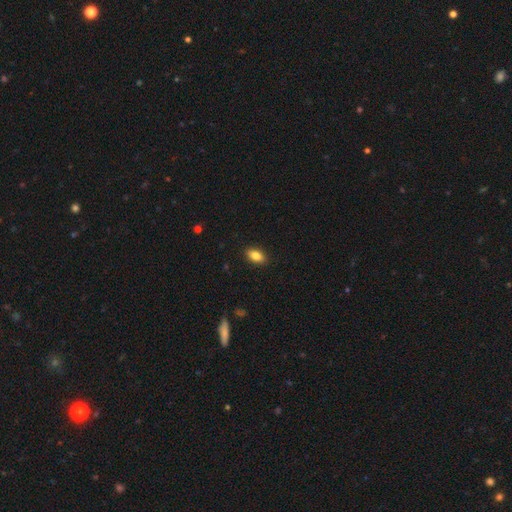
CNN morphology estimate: smooth 84%, star or artifact 8%, featured or disk 8%. Down the decision tree: how rounded — in between (89%); merging — none (89%).